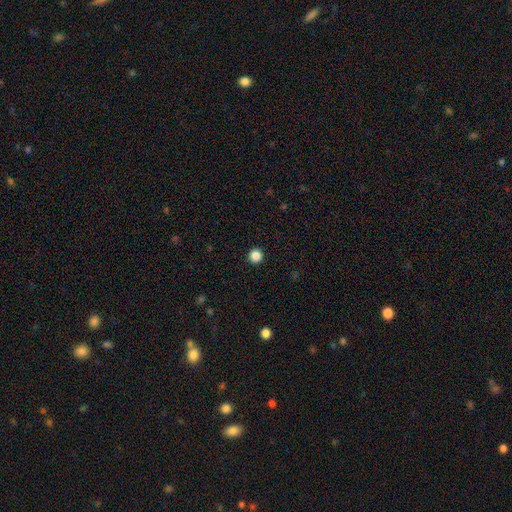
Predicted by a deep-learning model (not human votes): Q: Smooth or featured?
A: smooth (86%); runner-up: star or artifact (11%)
Q: How rounded?
A: round (96%); runner-up: in between (3%)
Q: Merging?
A: none (94%); runner-up: minor disturbance (4%)